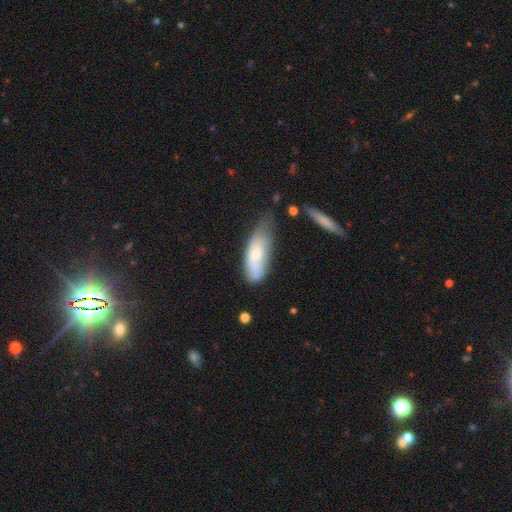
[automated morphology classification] A smooth galaxy with no disk features (61%) that is in between round and cigar-shaped (73%). Merging: minor disturbance (42%).